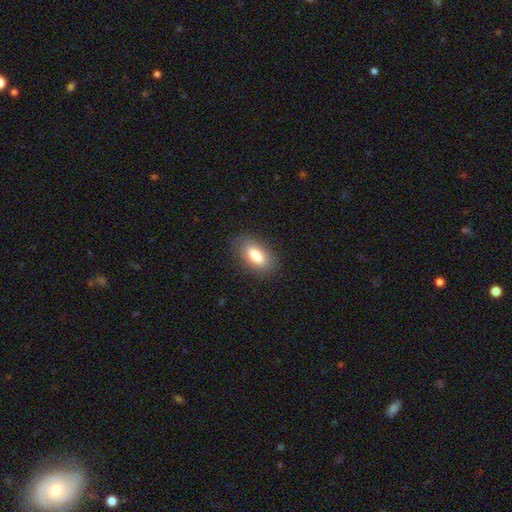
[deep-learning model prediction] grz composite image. It shows a smooth galaxy with no disk features (81%) that is in between round and cigar-shaped (89%). Merging: none (85%).